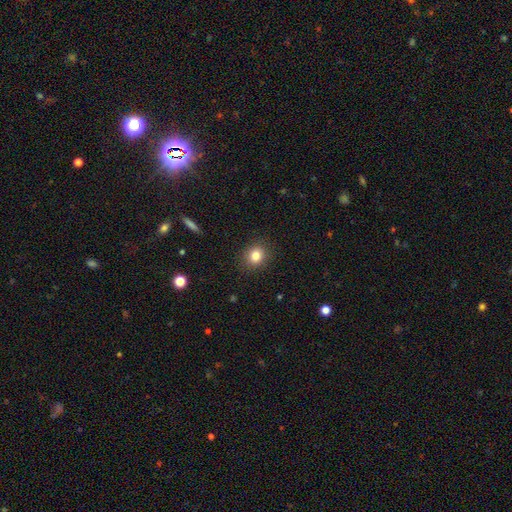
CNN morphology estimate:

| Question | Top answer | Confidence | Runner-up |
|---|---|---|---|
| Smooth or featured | smooth | 82% | star or artifact (11%) |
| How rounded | round | 76% | in between (23%) |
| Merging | none | 90% | minor disturbance (7%) |